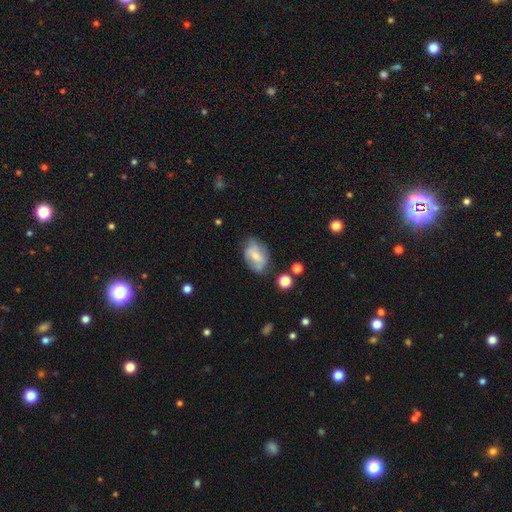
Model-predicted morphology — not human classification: Smooth or featured? smooth (49%)
Merging? none (60%)